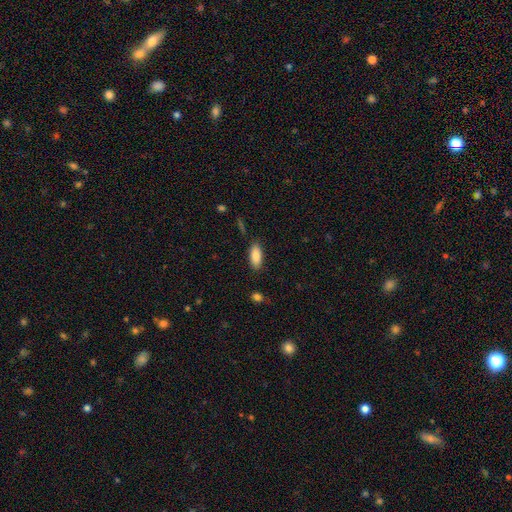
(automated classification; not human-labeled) Smooth or featured? Predicted: smooth (p=0.86). How rounded? Predicted: in between (p=0.86). Merging? Predicted: none (p=0.85).